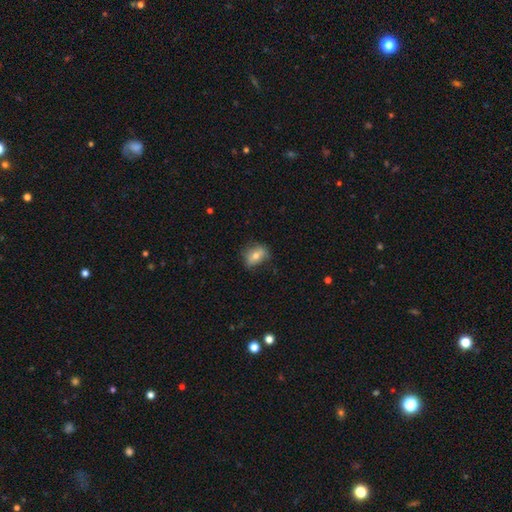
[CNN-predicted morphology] Smooth or featured? smooth (61%)
How rounded? in between (66%)
Merging? none (62%)